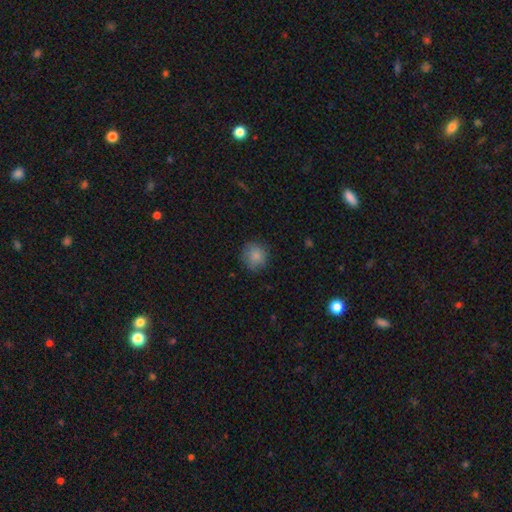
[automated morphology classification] Overall: smooth (85%). How rounded: round (87%). Merging: none (81%).